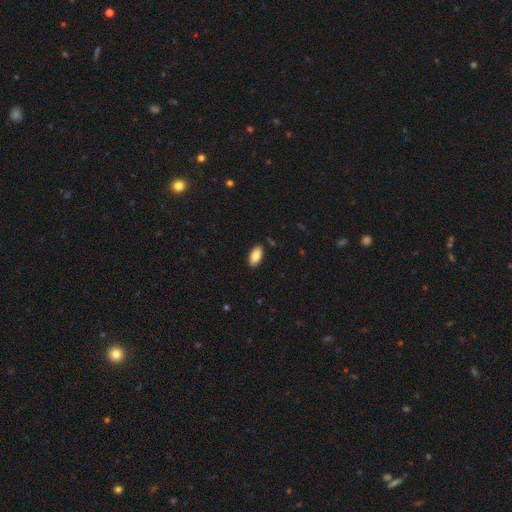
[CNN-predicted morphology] This is clearly a smooth galaxy (87%). How rounded: clearly in between (94%). Merging: clearly none (88%).